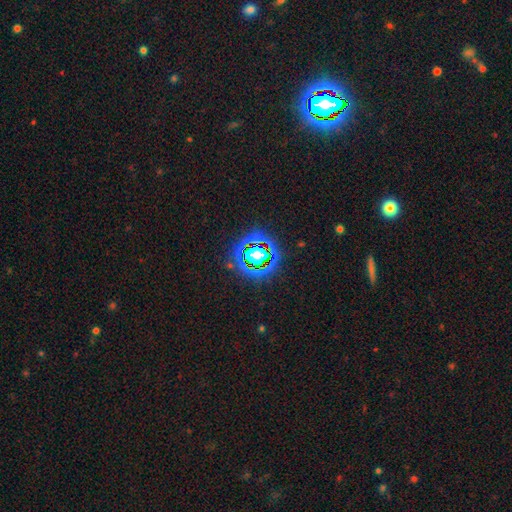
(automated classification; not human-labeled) smooth-or-featured: star or artifact: 64% | smooth: 23% | featured or disk: 14%